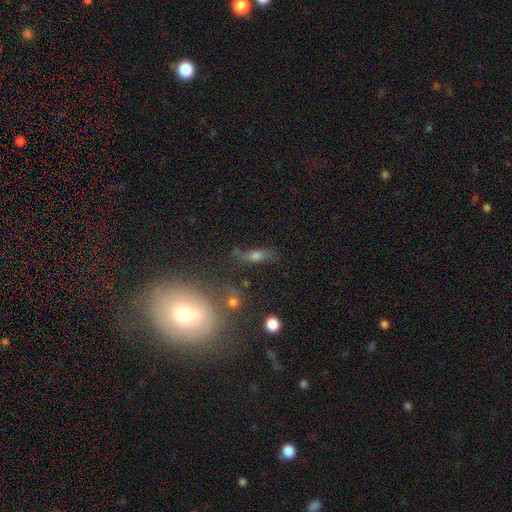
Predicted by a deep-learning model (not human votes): Morphology: type=smooth (44%); merging=none (65%).